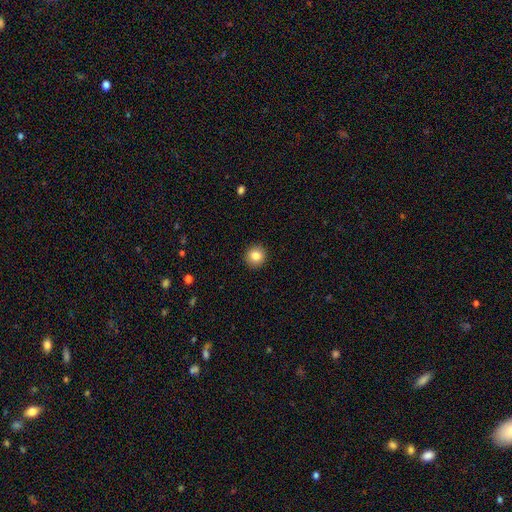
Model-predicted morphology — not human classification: smooth 85%, star or artifact 9%, featured or disk 6%. Down the decision tree: how rounded — round (94%); merging — none (93%).